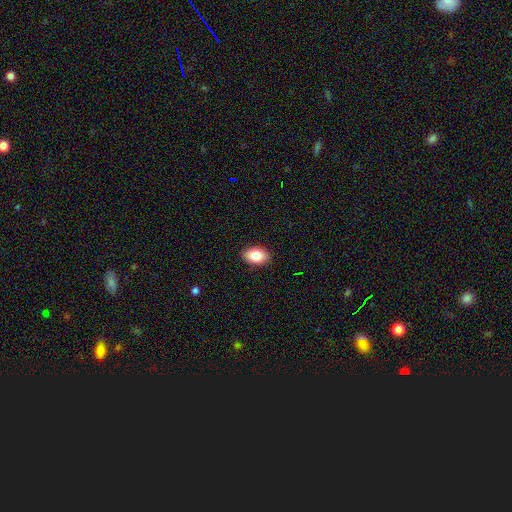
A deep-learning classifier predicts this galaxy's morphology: A smooth galaxy with no disk features (85%) that is in between round and cigar-shaped (89%).

Vote fractions:
- Smooth or featured? smooth: 85% / featured or disk: 8% / star or artifact: 7%
- How rounded? in between: 89% / round: 10% / cigar-shaped: 1%
- Merging? none: 89% / minor disturbance: 8% / major disturbance: 2% / merger: 1%